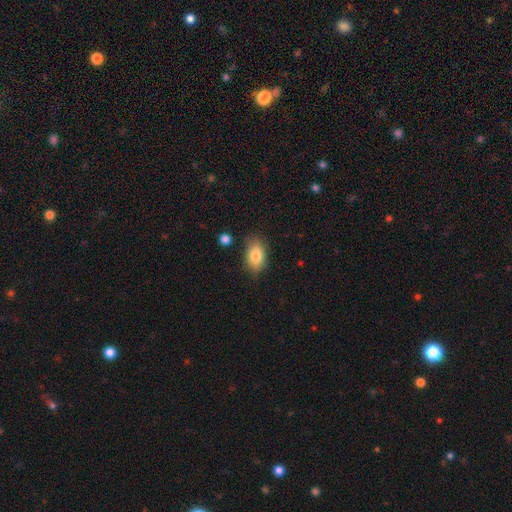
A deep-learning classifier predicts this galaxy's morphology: smooth_or_featured: smooth (p=0.81) [alt: featured or disk p=0.11]
how_rounded: in between (p=0.87) [alt: round p=0.10]
merging: none (p=0.79) [alt: minor disturbance p=0.15]